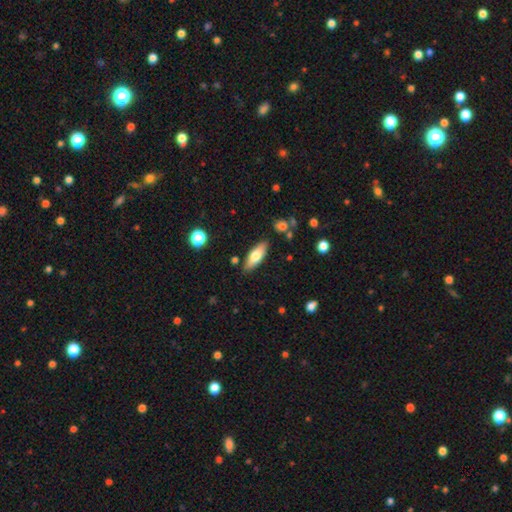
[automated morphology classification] A smooth galaxy with no disk features (68%) that is in between round and cigar-shaped (67%).

Vote fractions:
- Smooth or featured? smooth: 68% / featured or disk: 25% / star or artifact: 6%
- How rounded? in between: 67% / cigar-shaped: 31% / round: 2%
- Merging? none: 84% / minor disturbance: 11% / merger: 3% / major disturbance: 2%